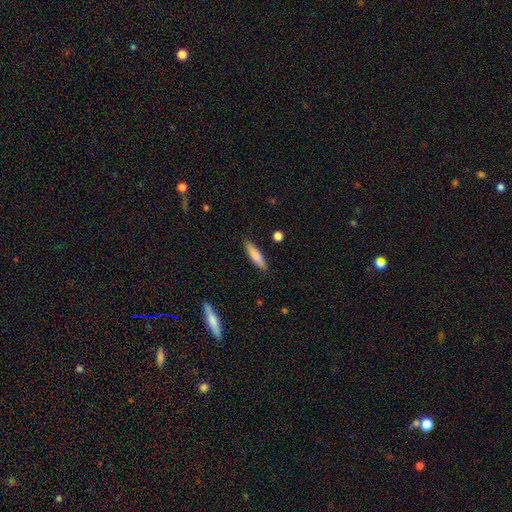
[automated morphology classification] Overall: smooth (83%). How rounded: cigar-shaped (79%). Merging: none (88%).